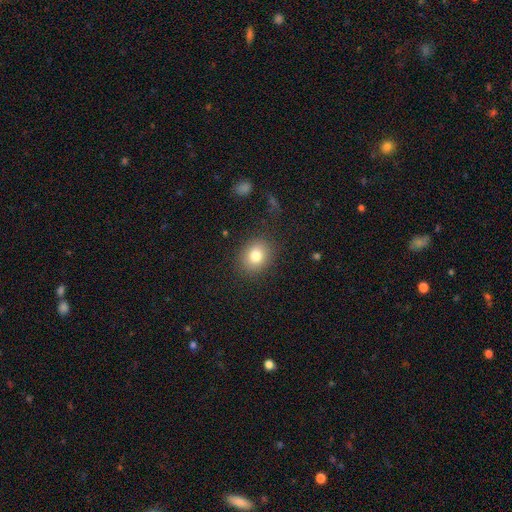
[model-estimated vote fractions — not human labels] Smooth or featured? smooth (81%)
How rounded? round (57%)
Merging? none (87%)